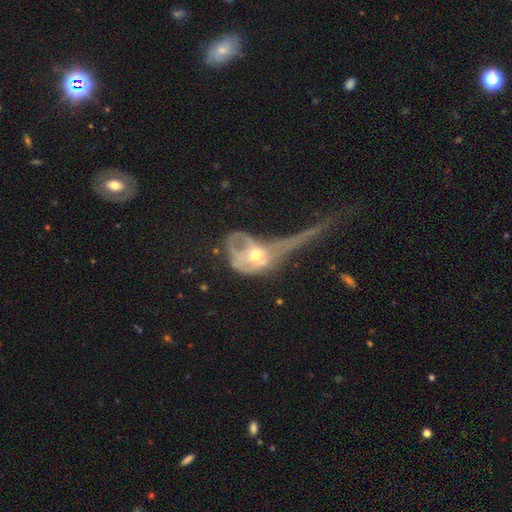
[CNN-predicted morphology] smooth-or-featured: featured or disk: 59% | smooth: 31% | star or artifact: 10%
  disk-edge-on: no: 86% | yes: 14%
    bar: no: 80% | weak: 15% | strong: 5%
    has-spiral-arms: no: 74% | yes: 26%
    bulge-size: moderate: 70% | small: 20% | large: 7% | none: 2% | dominant: 2%
  merging: major disturbance: 62% | merger: 19% | none: 10% | minor disturbance: 9%